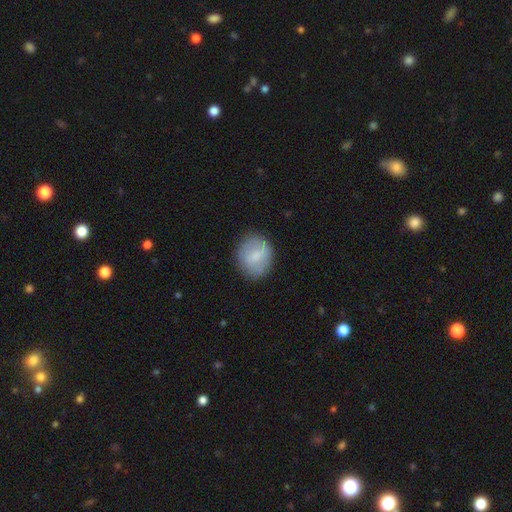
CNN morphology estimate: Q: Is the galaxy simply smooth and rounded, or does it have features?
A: smooth — 68%.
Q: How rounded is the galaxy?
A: round — 58%.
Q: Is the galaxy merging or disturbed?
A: none — 77%.